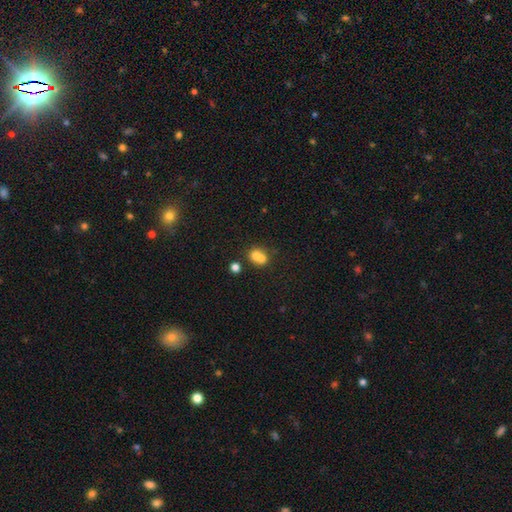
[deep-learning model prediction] A smooth galaxy with no disk features (69%) that is round (69%). Merging: merger (61%).